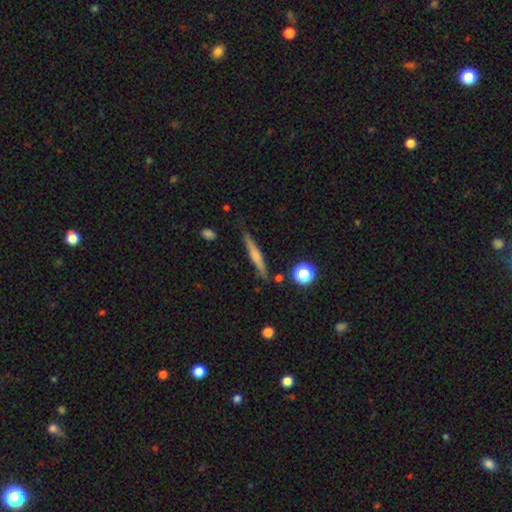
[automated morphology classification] Smooth or featured? Predicted: smooth (p=0.54). How rounded? Predicted: cigar-shaped (p=0.92). Merging? Predicted: none (p=0.84).